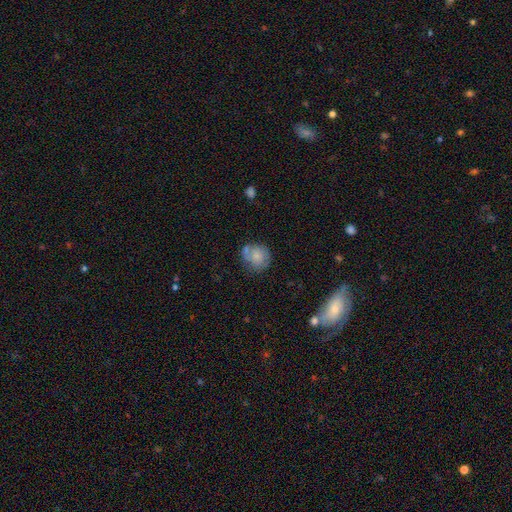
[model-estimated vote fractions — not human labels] Smooth or featured: smooth — 63% (featured or disk — 29%)
How rounded: round — 76% (in between — 23%)
Merging: none — 52% (minor disturbance — 23%)